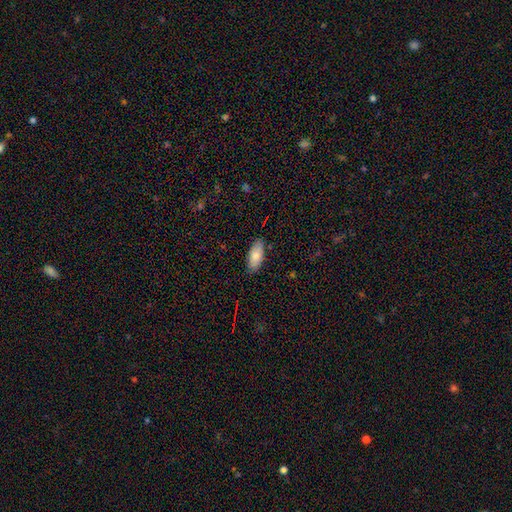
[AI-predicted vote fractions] This appears to be a smooth galaxy with no disk features (80%) that is in between round and cigar-shaped (87%). Merging: none (86%).